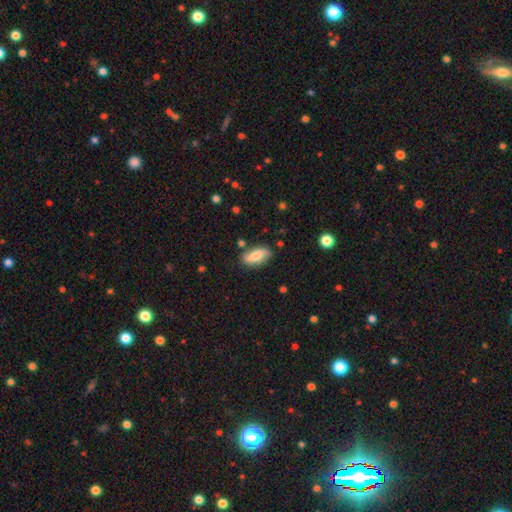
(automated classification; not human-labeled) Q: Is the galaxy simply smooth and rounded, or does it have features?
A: smooth — 72%.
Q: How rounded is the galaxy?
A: in between — 85%.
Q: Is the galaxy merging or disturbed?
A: none — 78%.